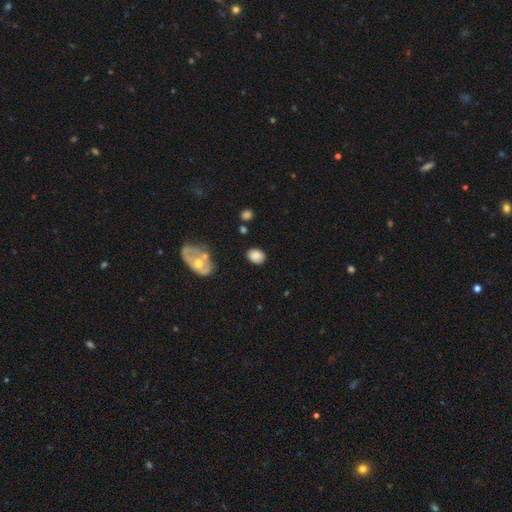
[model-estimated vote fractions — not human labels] This is clearly a smooth galaxy (81%). How rounded: likely in between (68%). Merging: likely none (74%).